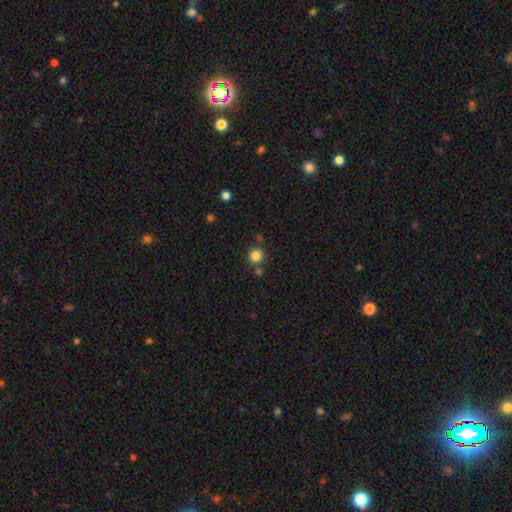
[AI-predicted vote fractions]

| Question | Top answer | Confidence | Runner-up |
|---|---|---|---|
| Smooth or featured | smooth | 83% | star or artifact (12%) |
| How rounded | round | 94% | in between (5%) |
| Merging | none | 79% | merger (9%) |